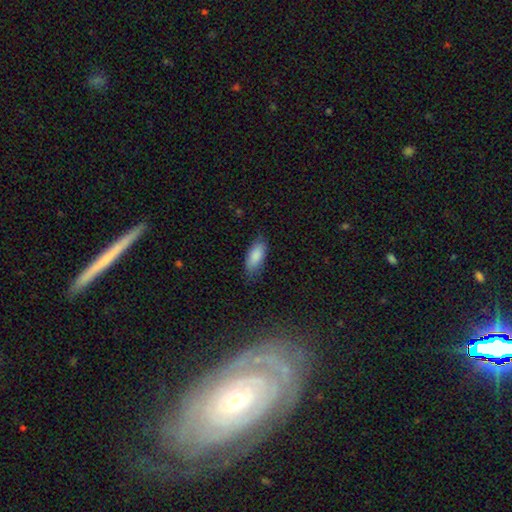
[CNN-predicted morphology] smooth_or_featured: smooth (p=0.87) [alt: featured or disk p=0.07]
how_rounded: in between (p=0.84) [alt: cigar-shaped p=0.14]
merging: none (p=0.78) [alt: minor disturbance p=0.17]